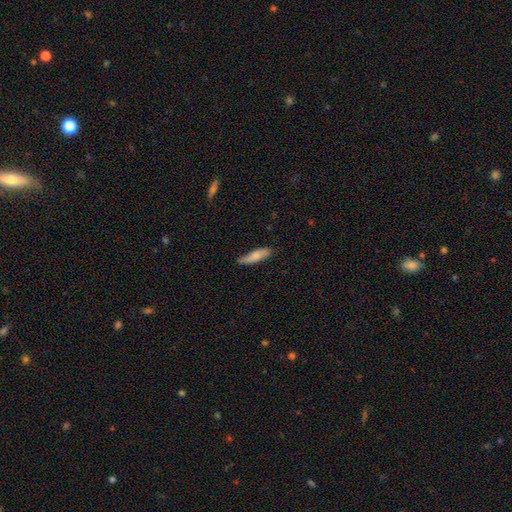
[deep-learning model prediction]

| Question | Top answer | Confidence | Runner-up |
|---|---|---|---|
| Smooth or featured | smooth | 76% | featured or disk (19%) |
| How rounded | cigar-shaped | 63% | in between (36%) |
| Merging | none | 77% | minor disturbance (19%) |